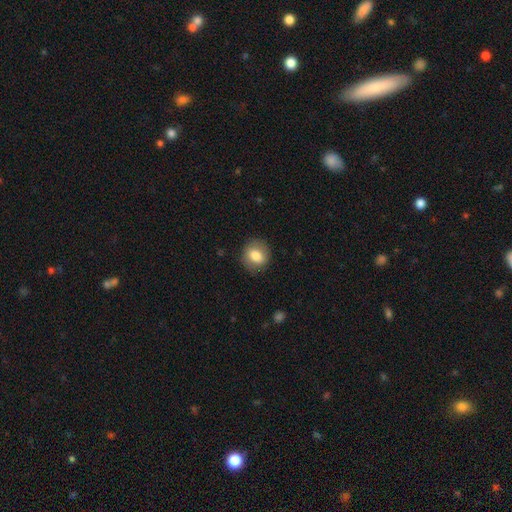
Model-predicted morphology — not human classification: Overall: smooth (79%). How rounded: round (69%; in between 30%). Merging: none (84%).